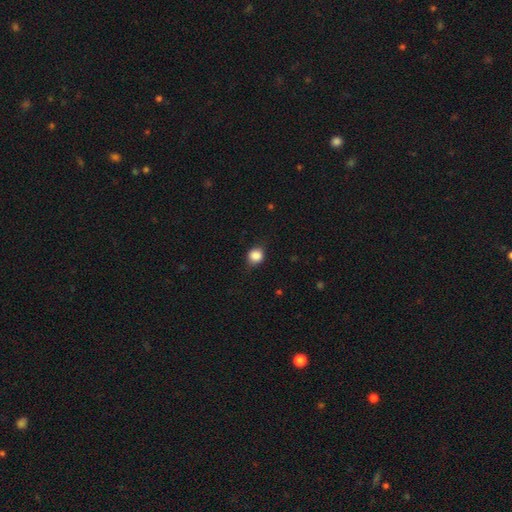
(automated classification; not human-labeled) Q: Smooth or featured?
A: smooth (85%); runner-up: star or artifact (9%)
Q: How rounded?
A: round (76%); runner-up: in between (23%)
Q: Merging?
A: none (77%); runner-up: minor disturbance (18%)